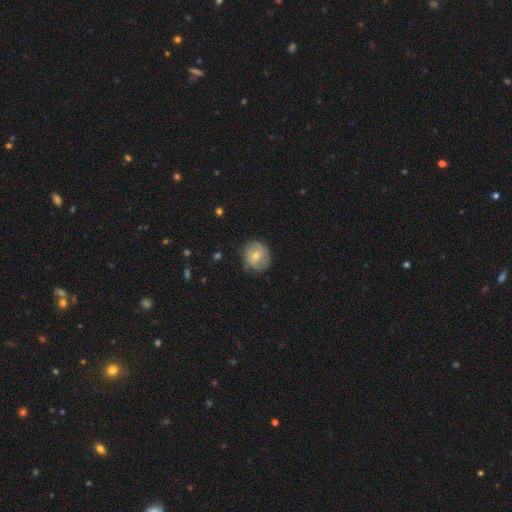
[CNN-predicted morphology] featured or disk 47%, smooth 45%, star or artifact 8%. Down the decision tree: merging — none (69%).